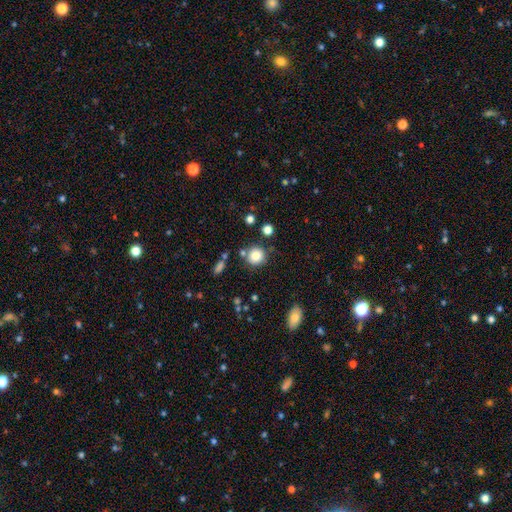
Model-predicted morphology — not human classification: smooth_or_featured: smooth (p=0.81) [alt: star or artifact p=0.11]
how_rounded: round (p=0.91) [alt: in between p=0.08]
merging: none (p=0.79) [alt: minor disturbance p=0.10]